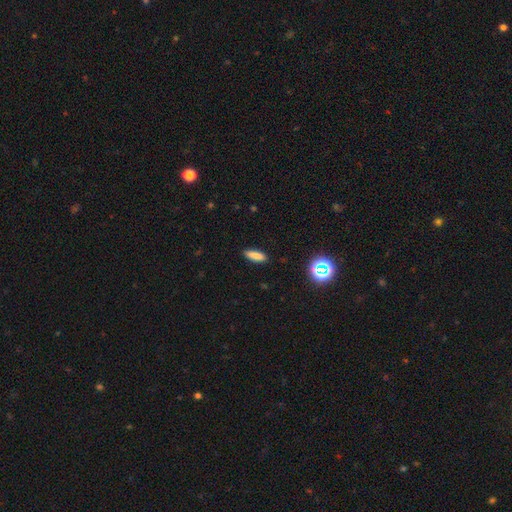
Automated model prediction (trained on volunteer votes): Smooth or featured? Predicted: smooth (p=0.84). How rounded? Predicted: in between (p=0.52). Merging? Predicted: none (p=0.89).